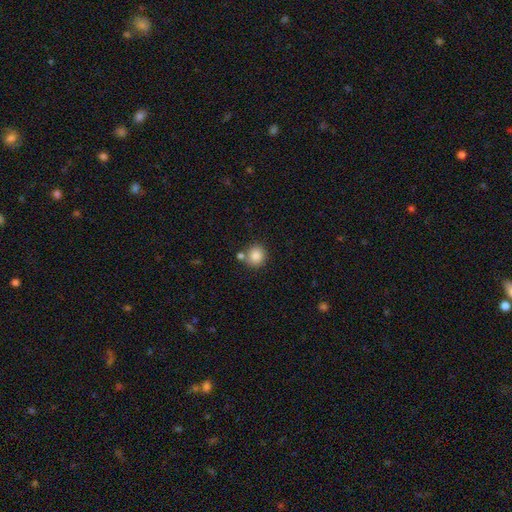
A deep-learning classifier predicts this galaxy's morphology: A smooth galaxy with no disk features (85%) that is round (88%).

Vote fractions:
- Smooth or featured? smooth: 85% / star or artifact: 9% / featured or disk: 5%
- How rounded? round: 88% / in between: 11% / cigar-shaped: 1%
- Merging? none: 71% / merger: 16% / minor disturbance: 10% / major disturbance: 3%